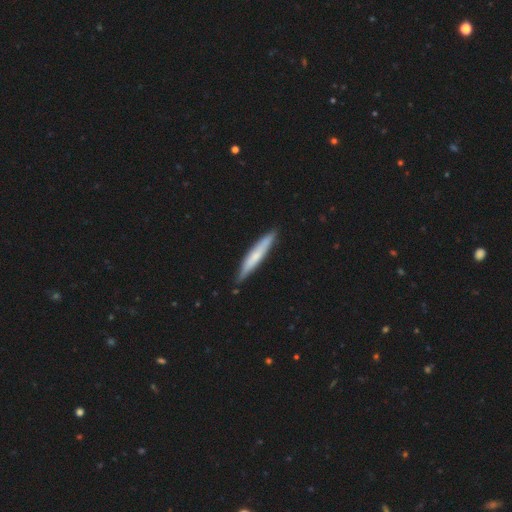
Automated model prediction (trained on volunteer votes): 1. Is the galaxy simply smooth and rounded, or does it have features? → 56% smooth, 39% featured or disk, 5% star or artifact.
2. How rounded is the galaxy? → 94% cigar-shaped, 5% in between, 1% round.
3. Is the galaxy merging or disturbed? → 85% none, 12% minor disturbance, 2% major disturbance, 2% merger.